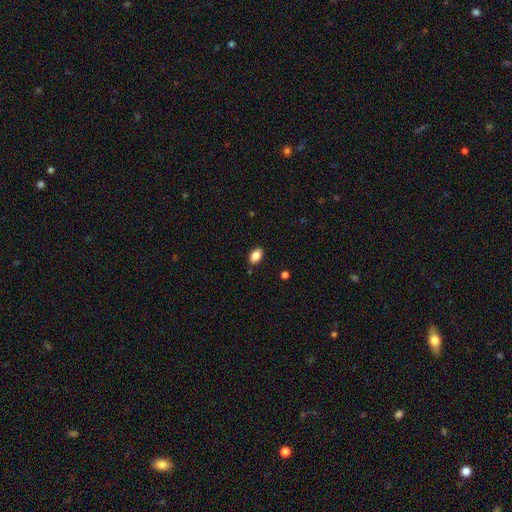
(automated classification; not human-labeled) This appears to be a smooth galaxy with no disk features (85%) that is in between round and cigar-shaped (89%). Merging: none (87%).